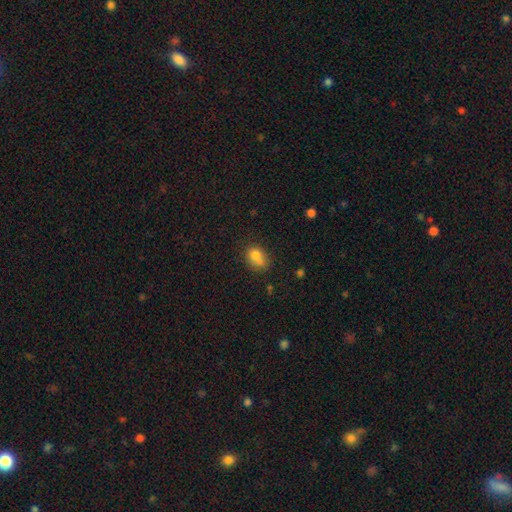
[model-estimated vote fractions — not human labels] A smooth galaxy with no disk features (75%) that is in between round and cigar-shaped (50%).

Vote fractions:
- Smooth or featured? smooth: 75% / featured or disk: 13% / star or artifact: 12%
- How rounded? in between: 50% / round: 49% / cigar-shaped: 1%
- Merging? none: 39% / merger: 33% / minor disturbance: 20% / major disturbance: 9%